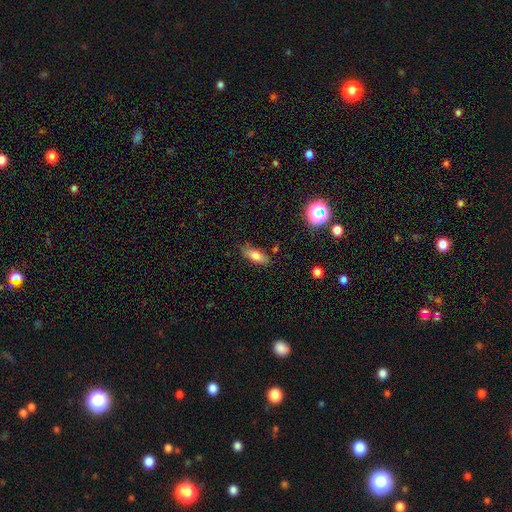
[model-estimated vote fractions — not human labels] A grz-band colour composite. It shows a smooth galaxy with no disk features (74%) that is in between round and cigar-shaped (67%). Merging: none (78%).